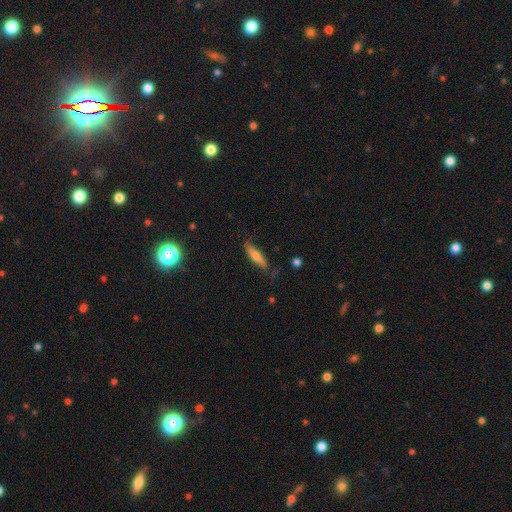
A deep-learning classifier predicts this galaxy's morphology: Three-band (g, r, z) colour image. It shows a smooth galaxy with no disk features (57%) that is cigar-shaped (73%). Merging: none (67%).